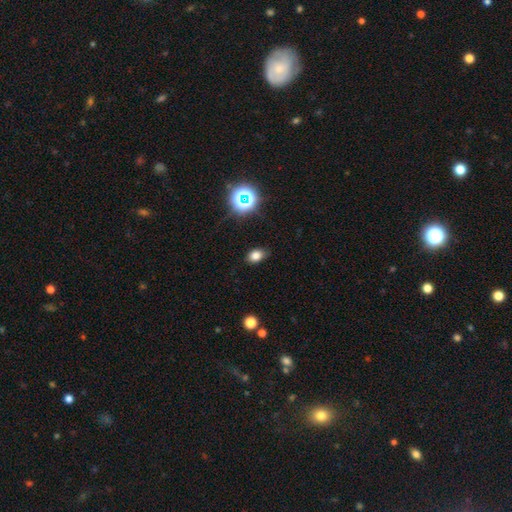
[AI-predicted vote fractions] A smooth galaxy with no disk features (76%) that is in between round and cigar-shaped (73%). Merging: none (83%).